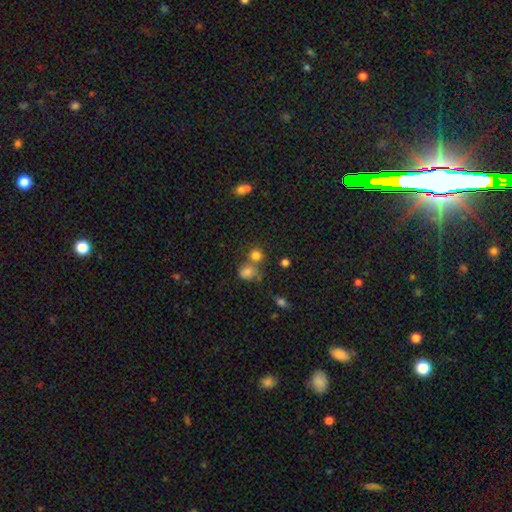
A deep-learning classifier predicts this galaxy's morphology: Q: Smooth or featured?
A: smooth (78%); runner-up: star or artifact (15%)
Q: How rounded?
A: round (85%); runner-up: in between (14%)
Q: Merging?
A: none (58%); runner-up: merger (30%)